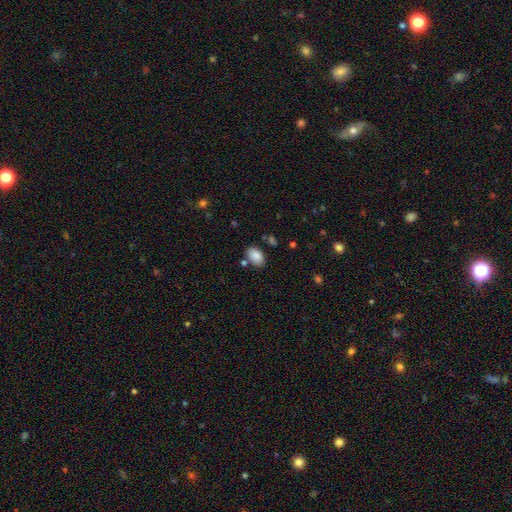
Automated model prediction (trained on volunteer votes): This appears to be a smooth galaxy with no disk features (88%) that is in between round and cigar-shaped (88%). Merging: none (77%).